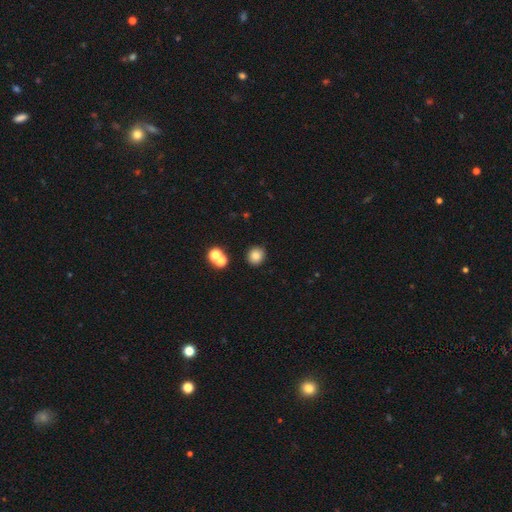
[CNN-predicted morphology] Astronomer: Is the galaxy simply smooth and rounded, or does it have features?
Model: smooth — 81%.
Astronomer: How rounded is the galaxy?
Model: round — 85%.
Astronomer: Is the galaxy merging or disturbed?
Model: none — 85%.